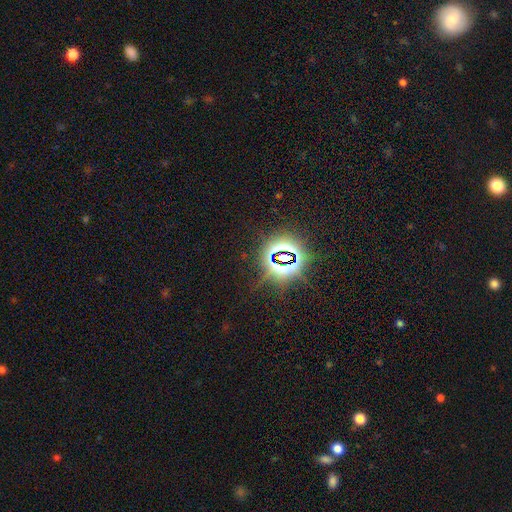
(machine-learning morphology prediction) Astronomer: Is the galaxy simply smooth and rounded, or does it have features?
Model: star or artifact — 84%.